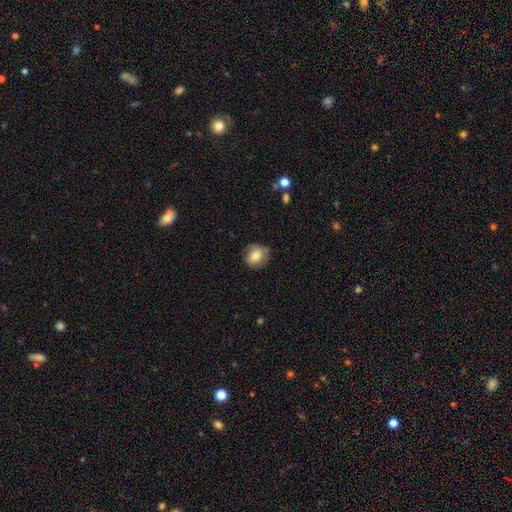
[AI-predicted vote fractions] Smooth or featured: smooth — 73% (featured or disk — 18%)
How rounded: round — 76% (in between — 23%)
Merging: none — 74% (minor disturbance — 20%)